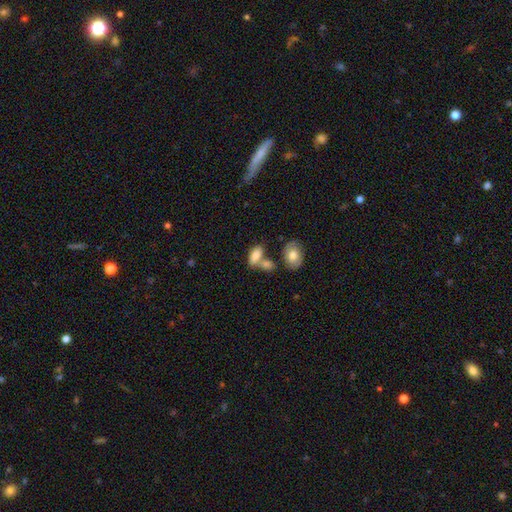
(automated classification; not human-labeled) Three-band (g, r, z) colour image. It shows a smooth galaxy with no disk features (79%) that is in between round and cigar-shaped (86%). Merging: none (43%).